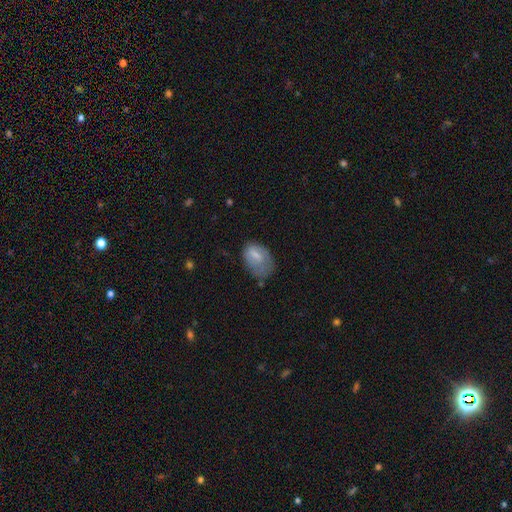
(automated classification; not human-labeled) This is likely a smooth galaxy (68%). How rounded: clearly in between (85%). Merging: marginally minor disturbance (37%).